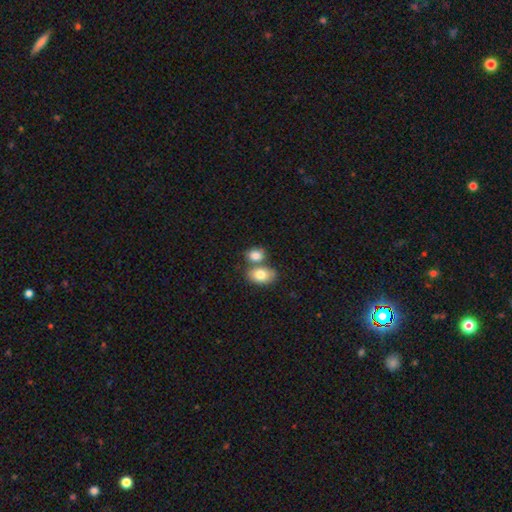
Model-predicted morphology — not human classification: This is clearly a smooth galaxy (83%). How rounded: likely in between (72%). Merging: possibly merger (46%).